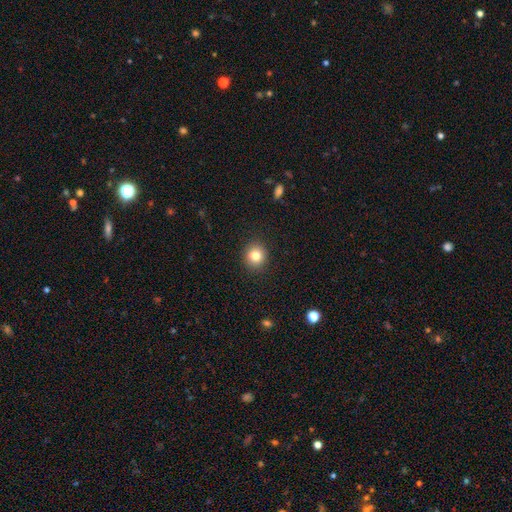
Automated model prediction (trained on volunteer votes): A smooth galaxy with no disk features (81%) that is round (87%).

Vote fractions:
- Smooth or featured? smooth: 81% / star or artifact: 11% / featured or disk: 8%
- How rounded? round: 87% / in between: 12% / cigar-shaped: 1%
- Merging? none: 91% / minor disturbance: 6% / major disturbance: 2% / merger: 1%